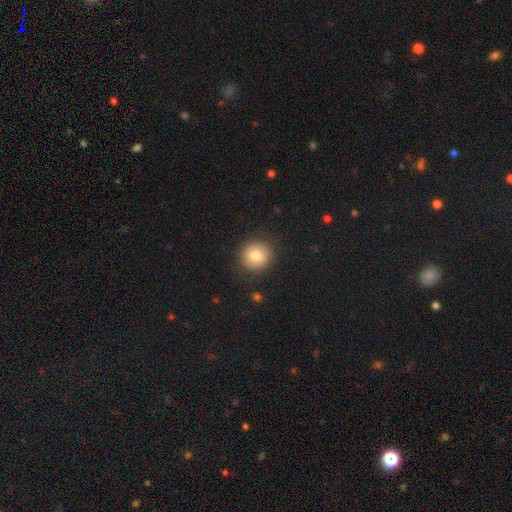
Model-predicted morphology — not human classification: Overall: smooth (81%). How rounded: round (91%). Merging: none (88%).